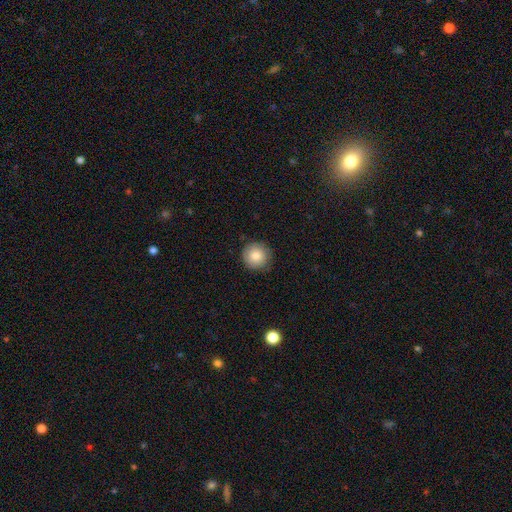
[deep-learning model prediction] A smooth galaxy with no disk features (83%) that is round (95%). Merging: none (88%).